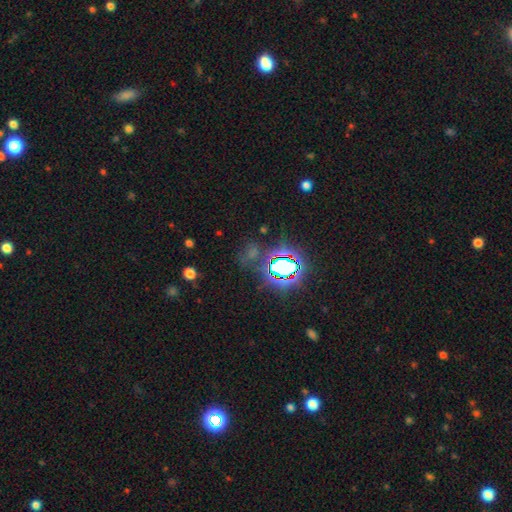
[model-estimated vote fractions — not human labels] A star or artifact, not a galaxy (77%).

Vote fractions:
- Smooth or featured? star or artifact: 77% / smooth: 15% / featured or disk: 8%